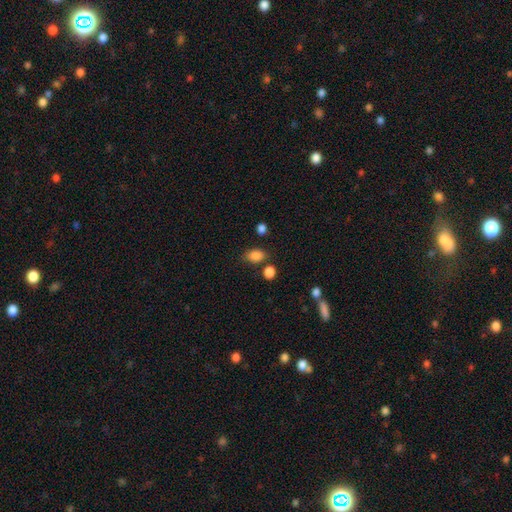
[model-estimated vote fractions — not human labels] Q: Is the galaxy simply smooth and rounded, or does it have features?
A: smooth — 85%.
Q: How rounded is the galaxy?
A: in between — 77%.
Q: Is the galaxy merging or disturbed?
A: none — 72%.